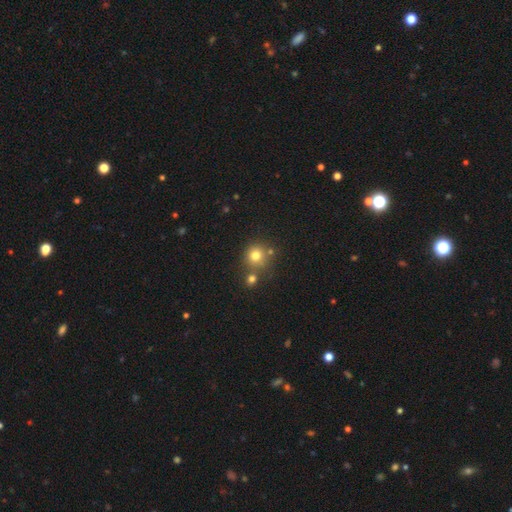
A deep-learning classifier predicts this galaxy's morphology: Overall: smooth (77%). How rounded: round (91%). Merging: none (67%).